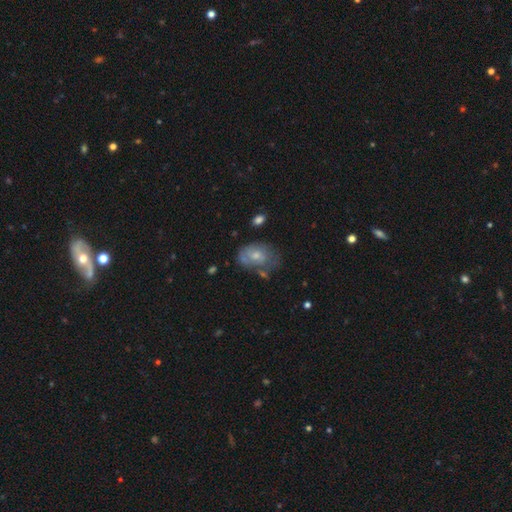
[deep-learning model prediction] Morphology: type=smooth (51%); roundness=in between (78%); merging=none (44%).